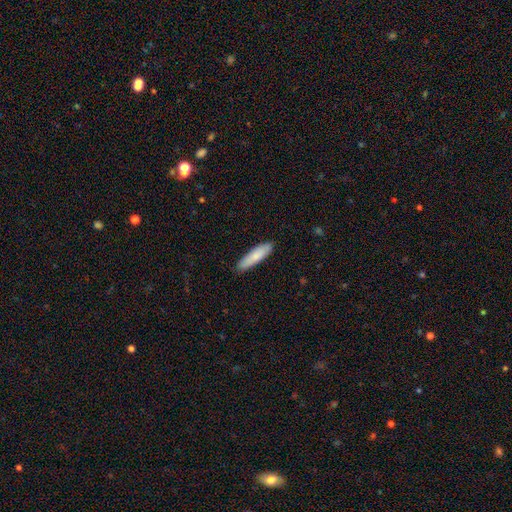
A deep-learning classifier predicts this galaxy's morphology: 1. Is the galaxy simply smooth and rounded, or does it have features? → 83% smooth, 12% featured or disk, 5% star or artifact.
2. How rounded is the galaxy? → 73% cigar-shaped, 25% in between, 1% round.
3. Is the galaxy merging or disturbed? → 88% none, 9% minor disturbance, 2% major disturbance, 1% merger.